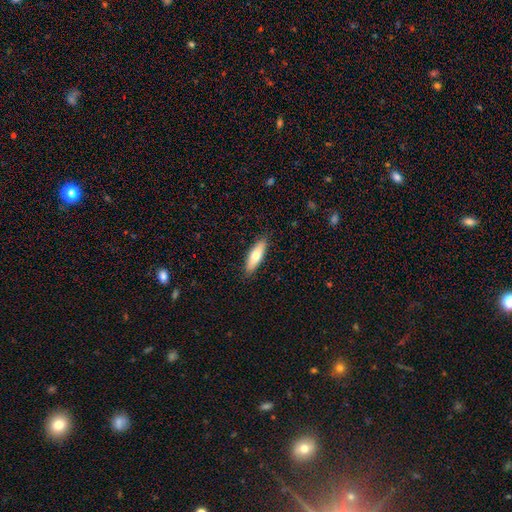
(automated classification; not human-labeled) A smooth galaxy with no disk features (72%) that is cigar-shaped (51%).

Vote fractions:
- Smooth or featured? smooth: 72% / featured or disk: 23% / star or artifact: 6%
- How rounded? cigar-shaped: 51% / in between: 47% / round: 2%
- Merging? none: 88% / minor disturbance: 10% / major disturbance: 2% / merger: 1%